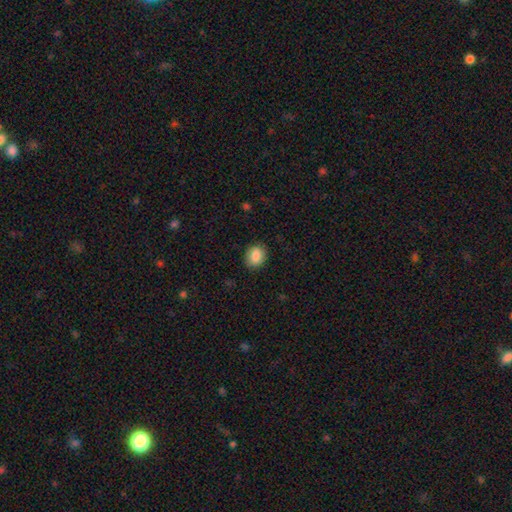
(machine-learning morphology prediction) A smooth galaxy with no disk features (86%) that is in between round and cigar-shaped (50%). Merging: none (87%).